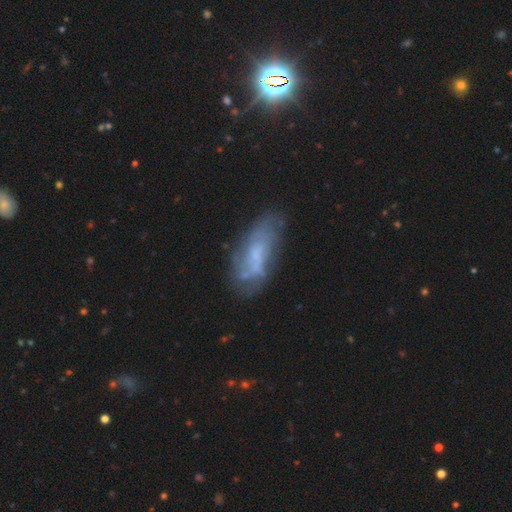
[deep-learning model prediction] Morphology: type=featured or disk (51%); edge-on=no (86%); merging=none (60%).